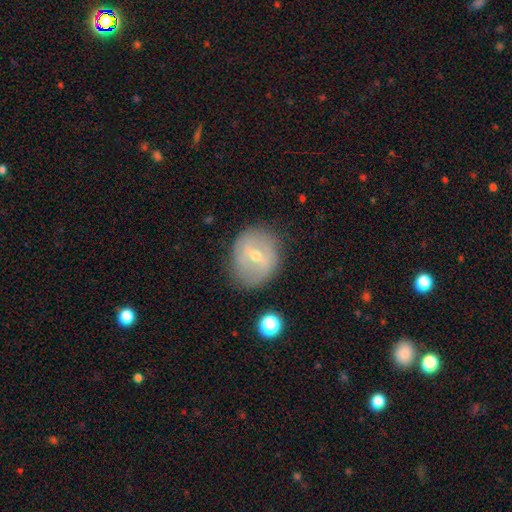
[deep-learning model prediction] Smooth or featured? featured or disk (57%)
Edge-on disk? no (95%)
Bar? weak (53%)
Spiral arms? yes (57%)
Bulge size? moderate (50%)
Merging? none (76%)